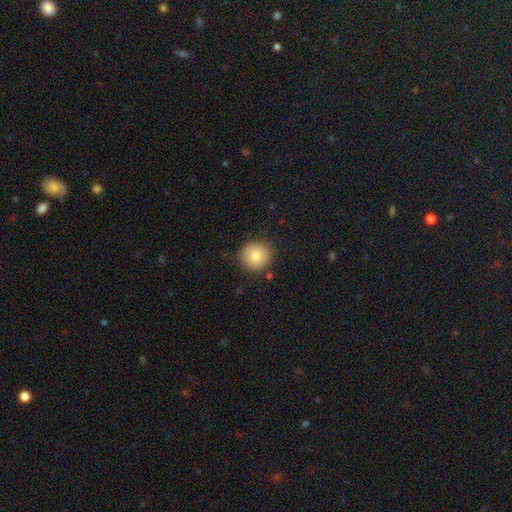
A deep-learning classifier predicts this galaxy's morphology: This is clearly a smooth galaxy (82%). How rounded: clearly round (94%). Merging: clearly none (87%).